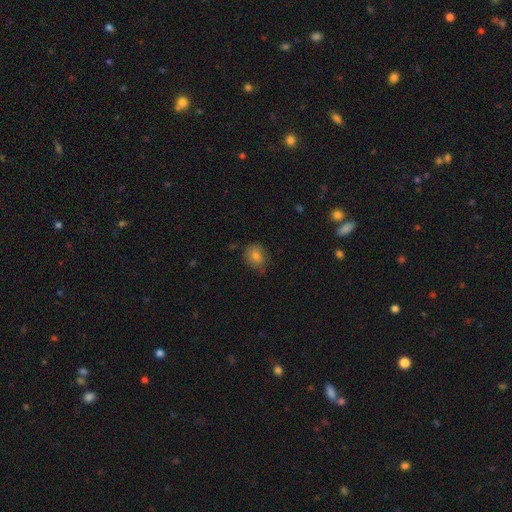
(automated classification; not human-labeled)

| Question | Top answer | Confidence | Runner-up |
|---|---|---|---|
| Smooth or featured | smooth | 78% | star or artifact (12%) |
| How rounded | round | 66% | in between (33%) |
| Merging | none | 75% | minor disturbance (19%) |